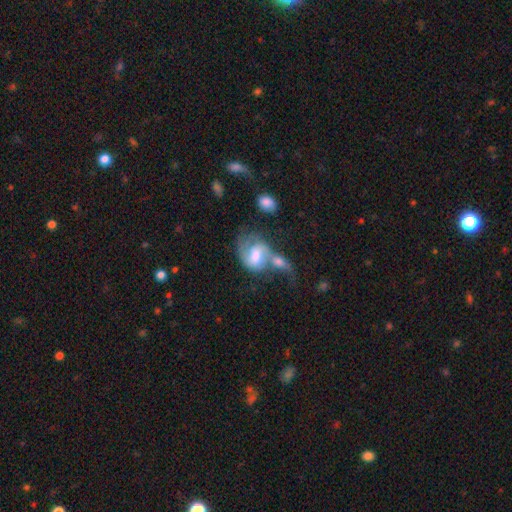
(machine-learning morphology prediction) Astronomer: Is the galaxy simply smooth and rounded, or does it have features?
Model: featured or disk — 65%.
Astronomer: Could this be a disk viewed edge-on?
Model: no — 97%.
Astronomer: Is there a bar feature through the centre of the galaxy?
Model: weak — 46% (runner-up: no, 42%).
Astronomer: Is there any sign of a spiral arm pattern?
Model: yes — 85%.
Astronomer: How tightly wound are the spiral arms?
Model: medium — 45% (runner-up: loose, 29%).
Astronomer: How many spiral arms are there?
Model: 2 — 68%.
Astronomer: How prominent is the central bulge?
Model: moderate — 65%.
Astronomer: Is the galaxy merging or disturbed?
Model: merger — 57%.